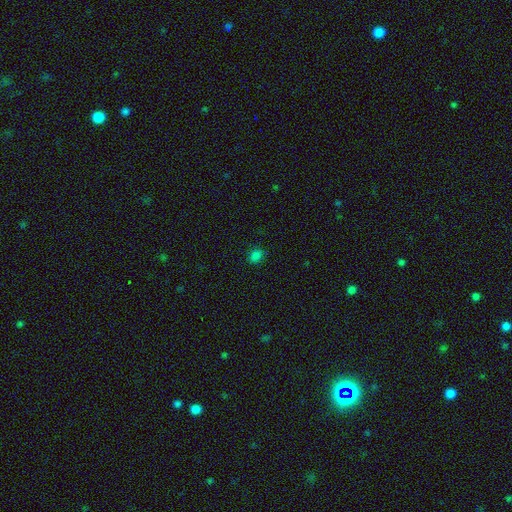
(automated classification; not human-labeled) A smooth galaxy with no disk features (79%) that is in between round and cigar-shaped (57%). Merging: none (86%).